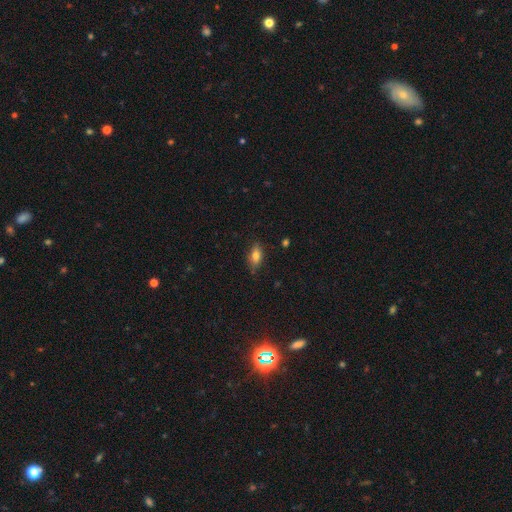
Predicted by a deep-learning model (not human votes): This is likely a smooth galaxy (75%). How rounded: clearly in between (82%). Merging: likely none (79%).